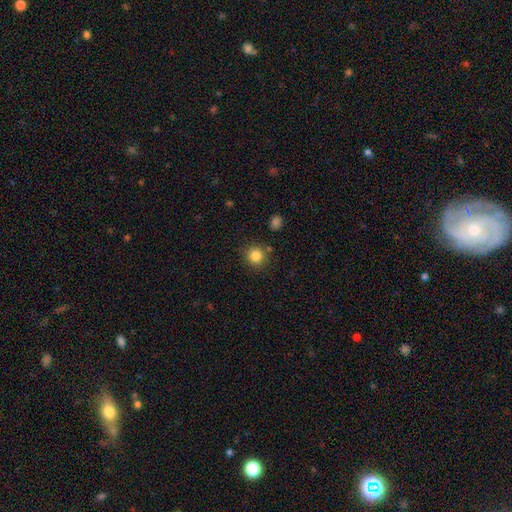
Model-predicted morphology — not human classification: smooth-or-featured: smooth: 84% | star or artifact: 11% | featured or disk: 5%
  how-rounded: round: 92% | in between: 7% | cigar-shaped: 1%
  merging: none: 85% | minor disturbance: 8% | merger: 5% | major disturbance: 3%